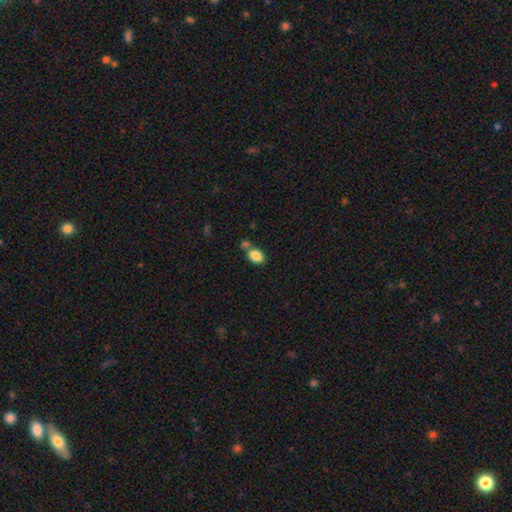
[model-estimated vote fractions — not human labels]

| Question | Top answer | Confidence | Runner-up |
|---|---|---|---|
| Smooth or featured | smooth | 85% | star or artifact (8%) |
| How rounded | in between | 79% | round (20%) |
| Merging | none | 56% | merger (27%) |